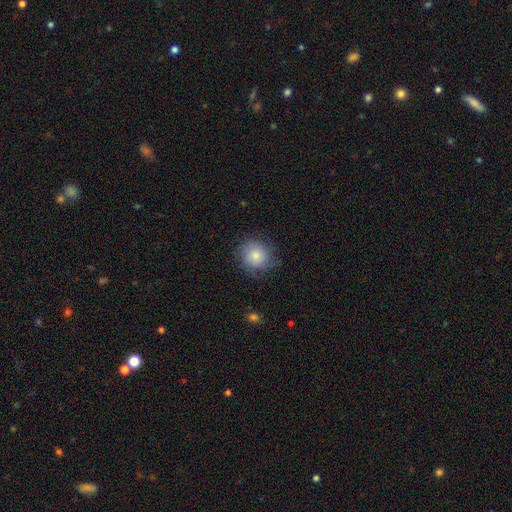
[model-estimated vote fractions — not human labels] smooth_or_featured: smooth (p=0.77) [alt: featured or disk p=0.15]
how_rounded: round (p=0.85) [alt: in between p=0.14]
merging: none (p=0.73) [alt: minor disturbance p=0.20]